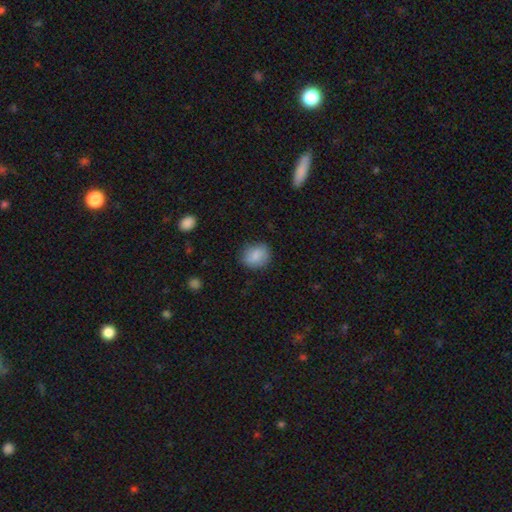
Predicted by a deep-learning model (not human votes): Smooth or featured?
  - smooth: 84% *
  - featured or disk: 8%
  - star or artifact: 8%
How rounded?
  - round: 65% *
  - in between: 34%
  - cigar-shaped: 1%
Merging?
  - none: 81% *
  - minor disturbance: 14%
  - major disturbance: 4%
  - merger: 1%